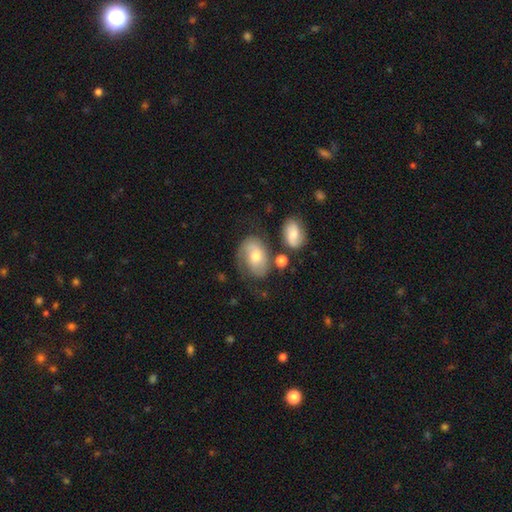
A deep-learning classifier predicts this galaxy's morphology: type=featured or disk (54%); edge-on=no (96%); bar=no (65%); spiral arms=yes (78%); bulge=moderate (69%); merging=none (50%).